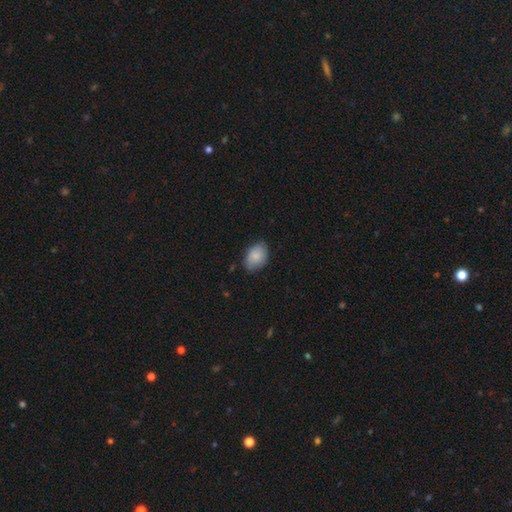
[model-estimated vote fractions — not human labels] smooth_or_featured: smooth (p=0.86) [alt: featured or disk p=0.07]
how_rounded: in between (p=0.82) [alt: round p=0.17]
merging: none (p=0.76) [alt: minor disturbance p=0.20]